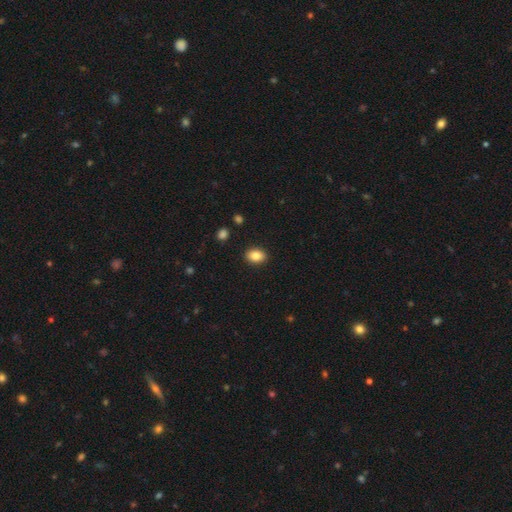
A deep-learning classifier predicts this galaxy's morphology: A smooth galaxy with no disk features (86%) that is in between round and cigar-shaped (73%). Merging: none (90%).